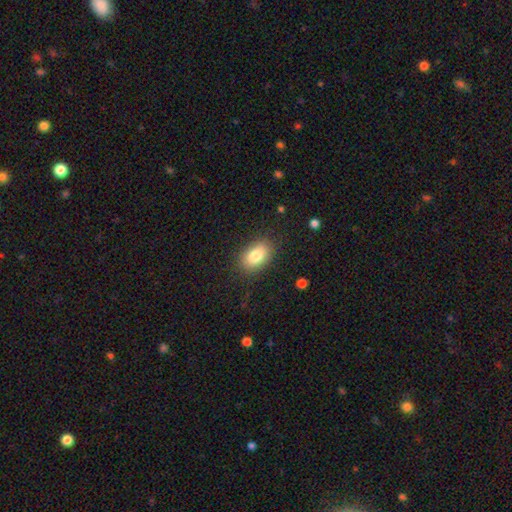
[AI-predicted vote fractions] A smooth galaxy with no disk features (83%) that is in between round and cigar-shaped (88%).

Vote fractions:
- Smooth or featured? smooth: 83% / featured or disk: 9% / star or artifact: 8%
- How rounded? in between: 88% / round: 11% / cigar-shaped: 2%
- Merging? none: 84% / minor disturbance: 11% / major disturbance: 3% / merger: 1%